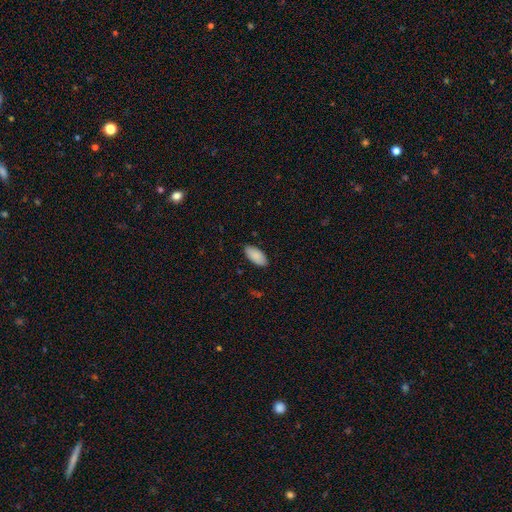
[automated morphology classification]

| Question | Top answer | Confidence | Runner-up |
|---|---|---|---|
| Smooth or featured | smooth | 89% | star or artifact (6%) |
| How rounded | in between | 93% | cigar-shaped (6%) |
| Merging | none | 87% | minor disturbance (10%) |